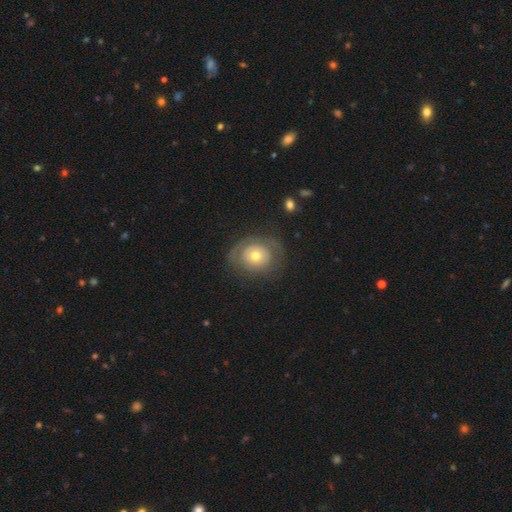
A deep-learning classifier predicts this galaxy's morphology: This is possibly a featured or disk galaxy (51%). It is clearly not viewed edge-on (95%). Merging: likely none (67%).